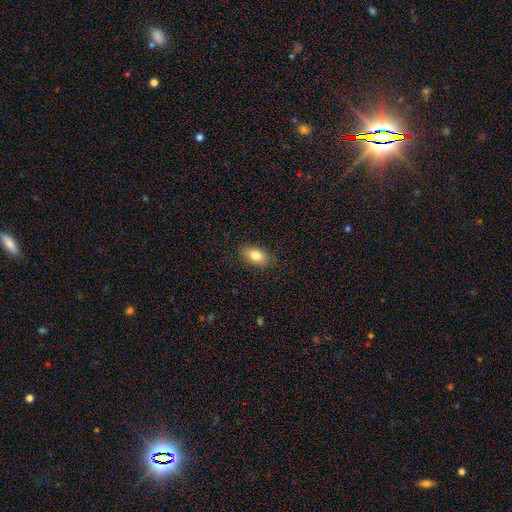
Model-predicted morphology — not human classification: Smooth or featured? Predicted: smooth (p=0.81). How rounded? Predicted: in between (p=0.89). Merging? Predicted: none (p=0.86).